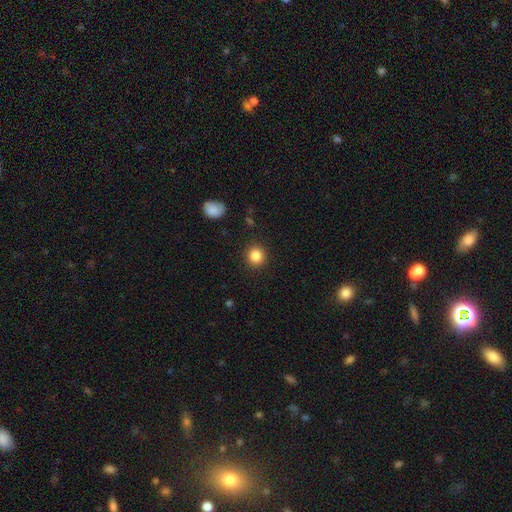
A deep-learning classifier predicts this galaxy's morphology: smooth_or_featured: smooth (p=0.85) [alt: star or artifact p=0.10]
how_rounded: round (p=0.89) [alt: in between p=0.10]
merging: none (p=0.91) [alt: minor disturbance p=0.06]